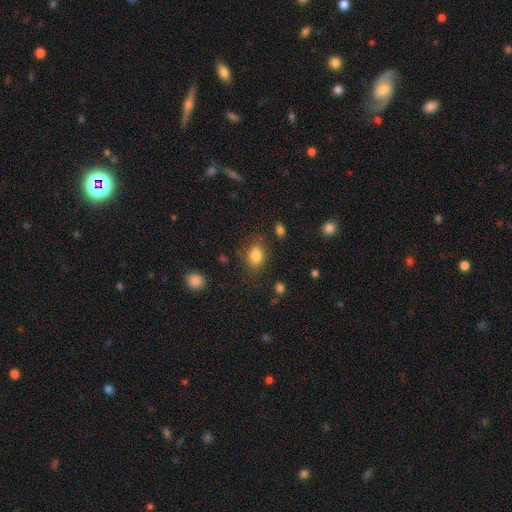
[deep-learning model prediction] This is clearly a smooth galaxy (82%). How rounded: likely in between (64%). Merging: likely none (75%).